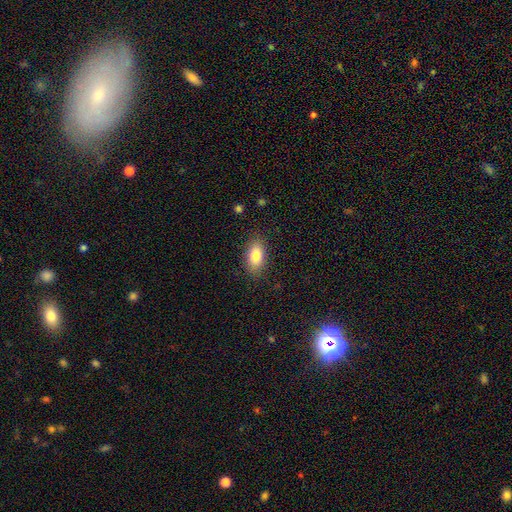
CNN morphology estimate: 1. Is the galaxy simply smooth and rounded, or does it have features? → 82% smooth, 11% featured or disk, 7% star or artifact.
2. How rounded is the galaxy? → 90% in between, 6% cigar-shaped, 4% round.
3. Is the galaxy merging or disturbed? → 86% none, 10% minor disturbance, 3% major disturbance, 1% merger.